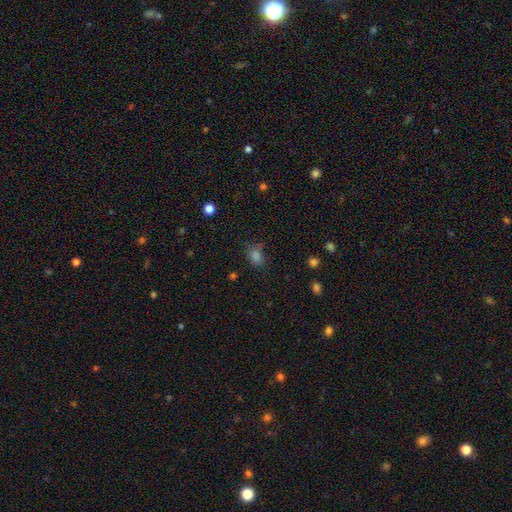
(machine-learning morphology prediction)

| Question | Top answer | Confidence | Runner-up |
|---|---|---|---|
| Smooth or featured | smooth | 78% | star or artifact (17%) |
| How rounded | in between | 52% | round (47%) |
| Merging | none | 72% | minor disturbance (19%) |